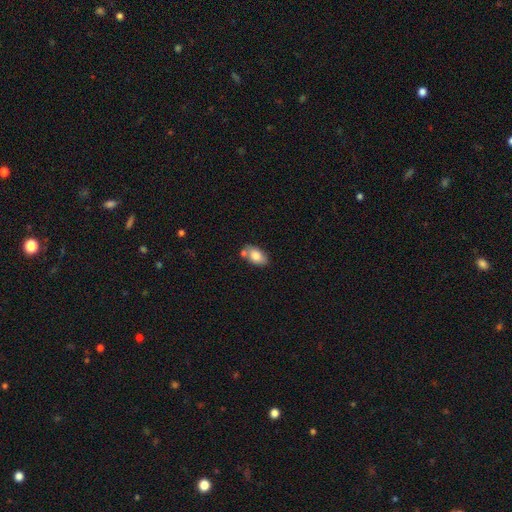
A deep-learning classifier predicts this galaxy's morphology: Smooth or featured: smooth — 81% (featured or disk — 12%)
How rounded: in between — 91% (round — 7%)
Merging: none — 60% (merger — 19%)